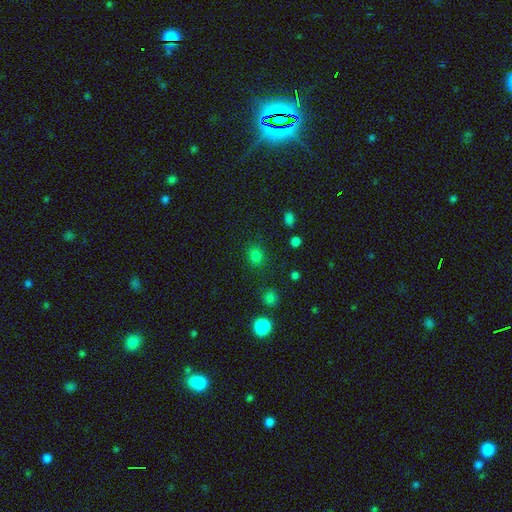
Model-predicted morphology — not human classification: A smooth galaxy with no disk features (78%) that is round (64%).

Vote fractions:
- Smooth or featured? smooth: 78% / star or artifact: 17% / featured or disk: 4%
- How rounded? round: 64% / in between: 35% / cigar-shaped: 1%
- Merging? none: 82% / minor disturbance: 11% / major disturbance: 4% / merger: 3%